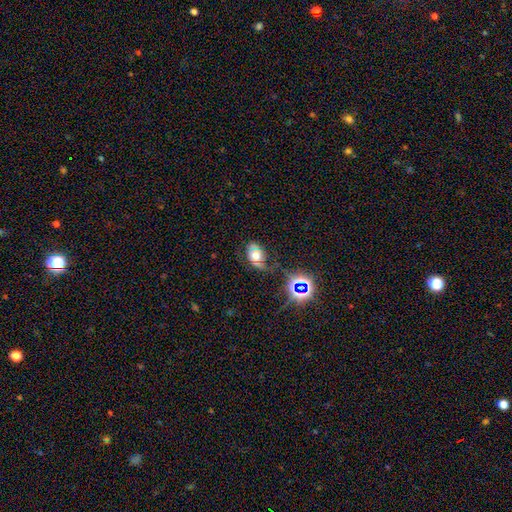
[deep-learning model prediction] Smooth or featured? Predicted: smooth (p=0.49). Merging? Predicted: none (p=0.50).